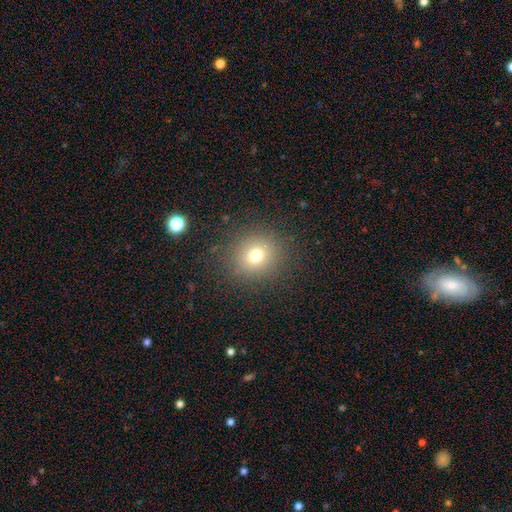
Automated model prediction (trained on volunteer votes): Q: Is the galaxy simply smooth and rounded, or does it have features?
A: smooth — 73%.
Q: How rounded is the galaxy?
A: round — 87%.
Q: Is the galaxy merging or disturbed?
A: none — 87%.